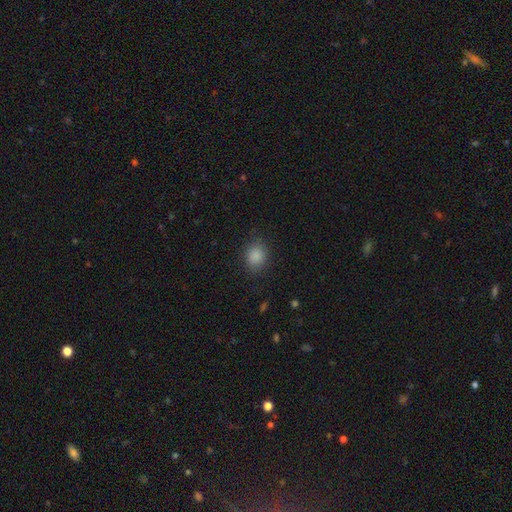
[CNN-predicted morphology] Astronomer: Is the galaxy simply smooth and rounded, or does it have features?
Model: smooth — 87%.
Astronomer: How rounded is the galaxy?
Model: round — 62%.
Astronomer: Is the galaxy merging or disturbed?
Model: none — 83%.